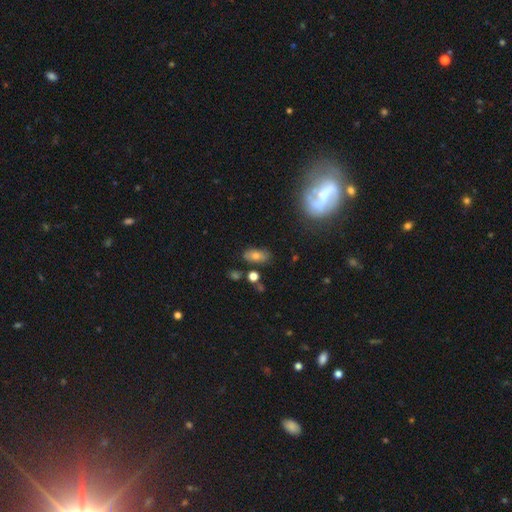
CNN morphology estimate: This is likely a smooth galaxy (68%). How rounded: clearly in between (86%). Merging: likely none (77%).